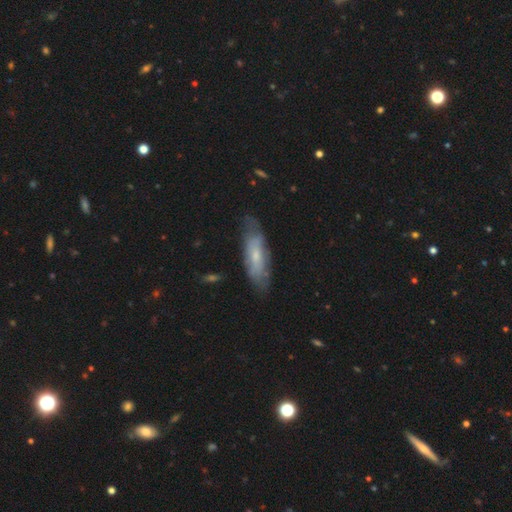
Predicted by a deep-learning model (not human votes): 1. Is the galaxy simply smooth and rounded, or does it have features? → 47% featured or disk, 46% smooth, 7% star or artifact.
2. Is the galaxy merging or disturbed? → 69% none, 23% minor disturbance, 7% major disturbance, 2% merger.